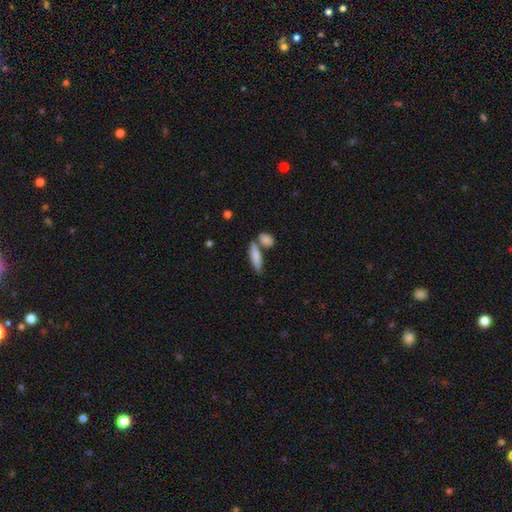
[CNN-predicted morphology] smooth-or-featured: smooth: 79% | featured or disk: 14% | star or artifact: 6%
  how-rounded: cigar-shaped: 63% | in between: 34% | round: 3%
  merging: none: 58% | merger: 26% | minor disturbance: 12% | major disturbance: 4%